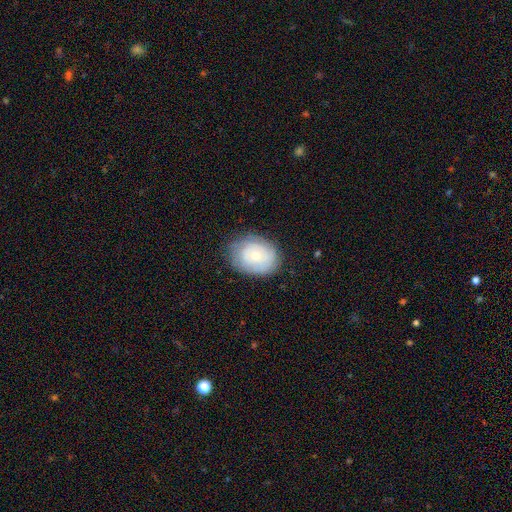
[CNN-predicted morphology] Smooth or featured? featured or disk (48%)
Merging? none (74%)